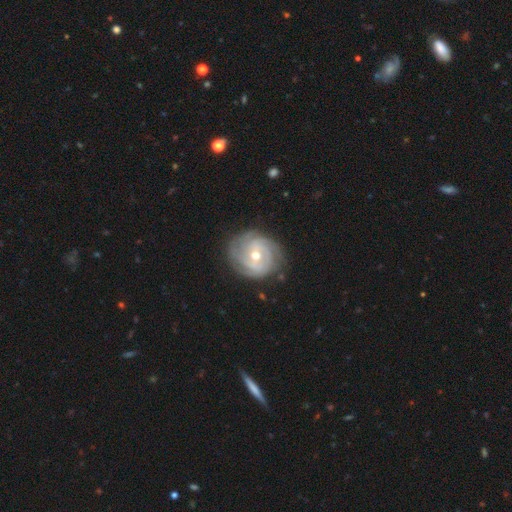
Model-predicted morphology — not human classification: The model was most divided on "spiral arm count": can't tell: 29%, 3: 28%, 2: 20%, 4: 12%, more than 4: 6%, 1: 6%. More confident: edge-on disk — no (97%); spiral arms — yes (94%); smooth or featured — featured or disk (84%); merging — none (79%); spiral winding — tight (72%); bulge size — moderate (63%); bar — no (56%).